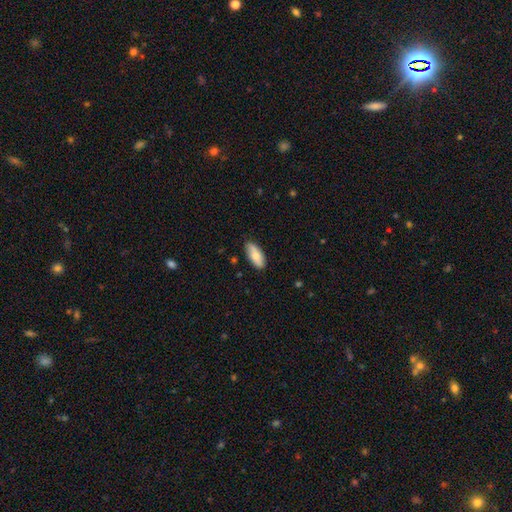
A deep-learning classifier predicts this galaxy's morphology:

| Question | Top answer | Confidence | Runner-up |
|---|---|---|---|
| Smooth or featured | smooth | 77% | featured or disk (17%) |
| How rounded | in between | 83% | cigar-shaped (15%) |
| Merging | none | 84% | minor disturbance (13%) |